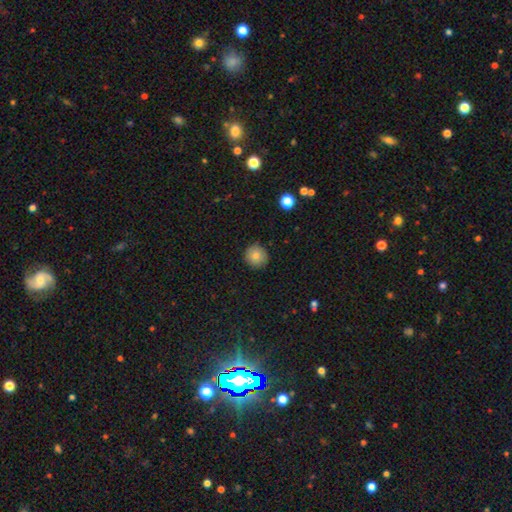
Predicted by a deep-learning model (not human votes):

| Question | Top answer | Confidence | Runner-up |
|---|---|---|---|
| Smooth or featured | smooth | 81% | star or artifact (10%) |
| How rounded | round | 94% | in between (5%) |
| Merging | none | 90% | minor disturbance (7%) |